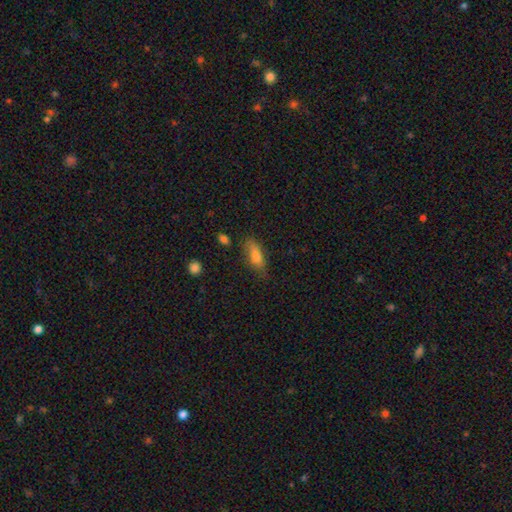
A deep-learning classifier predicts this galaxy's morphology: A smooth galaxy with no disk features (75%) that is in between round and cigar-shaped (59%).

Vote fractions:
- Smooth or featured? smooth: 75% / featured or disk: 16% / star or artifact: 9%
- How rounded? in between: 59% / cigar-shaped: 38% / round: 3%
- Merging? none: 72% / minor disturbance: 20% / major disturbance: 5% / merger: 3%